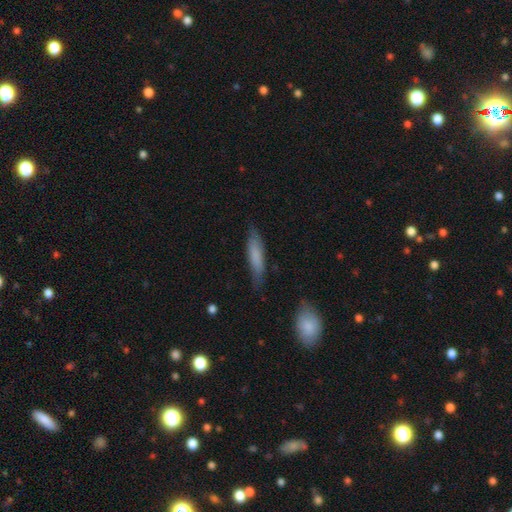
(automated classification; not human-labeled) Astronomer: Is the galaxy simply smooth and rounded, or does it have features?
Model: smooth — 72%.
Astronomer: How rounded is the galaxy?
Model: cigar-shaped — 79%.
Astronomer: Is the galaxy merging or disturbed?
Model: none — 74%.